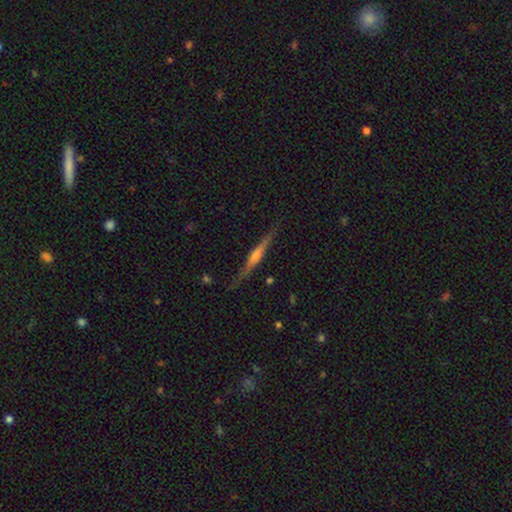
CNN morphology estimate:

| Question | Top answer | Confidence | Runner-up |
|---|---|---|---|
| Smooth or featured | featured or disk | 72% | smooth (22%) |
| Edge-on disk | yes | 97% | no (3%) |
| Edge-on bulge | rounded | 68% | boxy (16%) |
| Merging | none | 85% | minor disturbance (11%) |